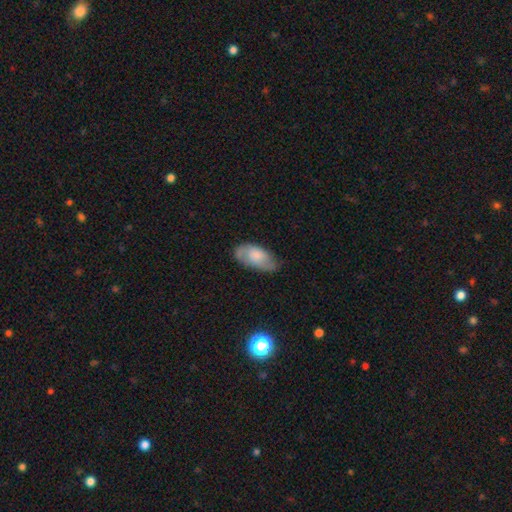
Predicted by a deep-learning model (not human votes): The model was most divided on "smooth or featured": smooth: 57%, featured or disk: 37%, star or artifact: 7%. More confident: how rounded — in between (92%); merging — none (64%).